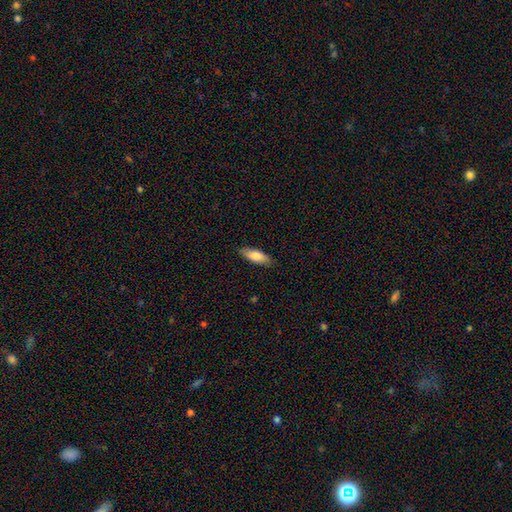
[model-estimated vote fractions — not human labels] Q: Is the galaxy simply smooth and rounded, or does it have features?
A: smooth — 81%.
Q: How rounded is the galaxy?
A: in between — 64%.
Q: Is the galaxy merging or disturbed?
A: none — 86%.